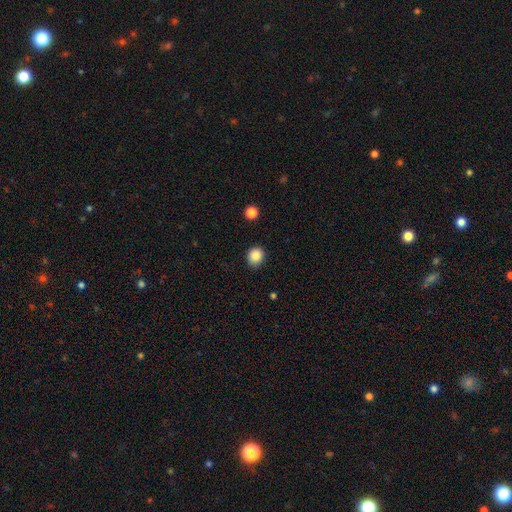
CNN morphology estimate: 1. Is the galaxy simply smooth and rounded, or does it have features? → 86% smooth, 10% star or artifact, 4% featured or disk.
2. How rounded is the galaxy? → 77% round, 22% in between, 1% cigar-shaped.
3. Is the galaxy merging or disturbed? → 87% none, 9% minor disturbance, 2% major disturbance, 1% merger.